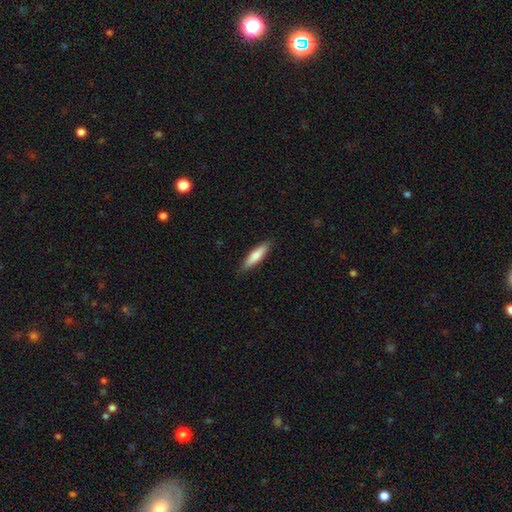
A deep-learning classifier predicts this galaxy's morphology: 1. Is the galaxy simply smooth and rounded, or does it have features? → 75% smooth, 20% featured or disk, 5% star or artifact.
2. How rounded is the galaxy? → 76% cigar-shaped, 22% in between, 1% round.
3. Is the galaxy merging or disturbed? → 87% none, 10% minor disturbance, 2% major disturbance, 1% merger.